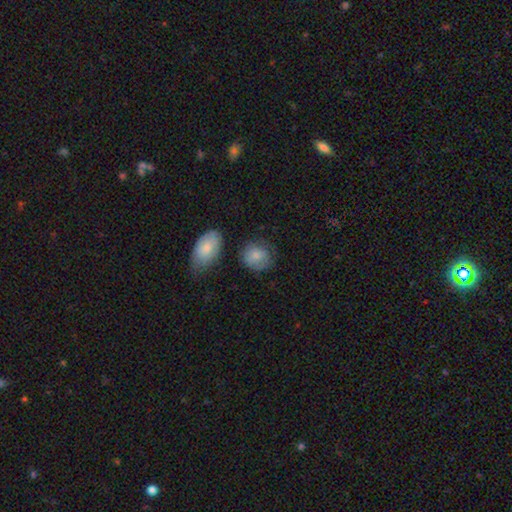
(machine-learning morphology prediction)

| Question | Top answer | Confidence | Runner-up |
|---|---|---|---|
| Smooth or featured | smooth | 81% | featured or disk (12%) |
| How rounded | round | 69% | in between (30%) |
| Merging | none | 62% | minor disturbance (24%) |